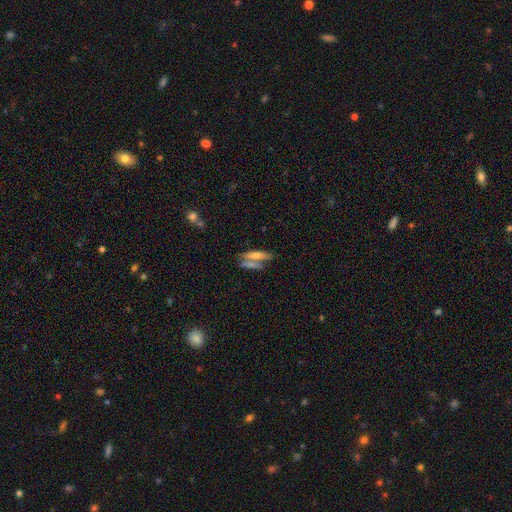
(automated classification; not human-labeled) Overall: smooth (63%; featured or disk 28%). How rounded: cigar-shaped (66%; in between 31%). Merging: none (45%; merger 38%).